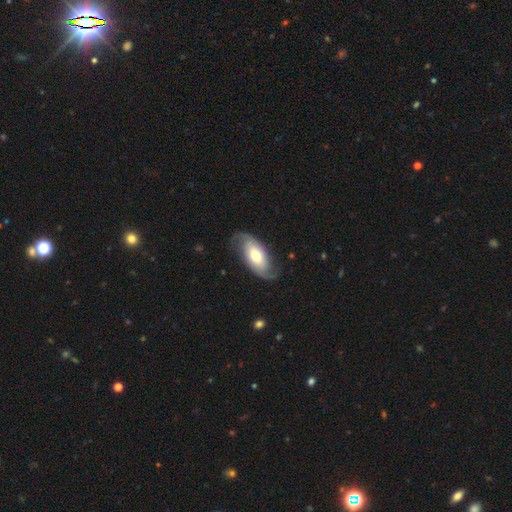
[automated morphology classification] Smooth or featured: featured or disk — 67% (smooth — 28%)
Edge-on disk: no — 93% (yes — 7%)
Bar: no — 61% (weak — 26%)
Spiral arms: yes — 88% (no — 12%)
Spiral winding: loose — 51% (medium — 32%)
Spiral arm count: 2 — 88% (can't tell — 6%)
Bulge size: moderate — 60% (small — 22%)
Merging: none — 72% (minor disturbance — 17%)